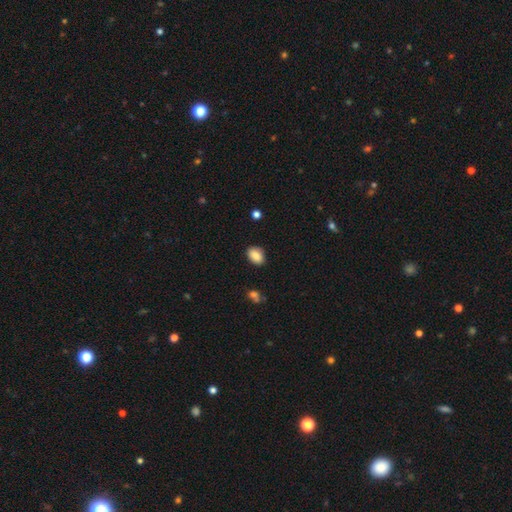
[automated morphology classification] smooth-or-featured: smooth: 85% | star or artifact: 8% | featured or disk: 6%
  how-rounded: in between: 74% | round: 25% | cigar-shaped: 1%
  merging: none: 84% | minor disturbance: 12% | major disturbance: 2% | merger: 2%